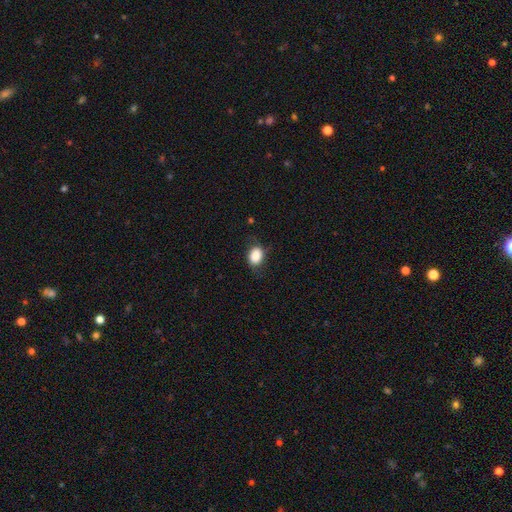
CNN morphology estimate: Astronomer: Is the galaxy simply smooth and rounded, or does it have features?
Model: smooth — 85%.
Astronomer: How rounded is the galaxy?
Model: in between — 68%.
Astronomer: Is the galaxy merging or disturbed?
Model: none — 71%.